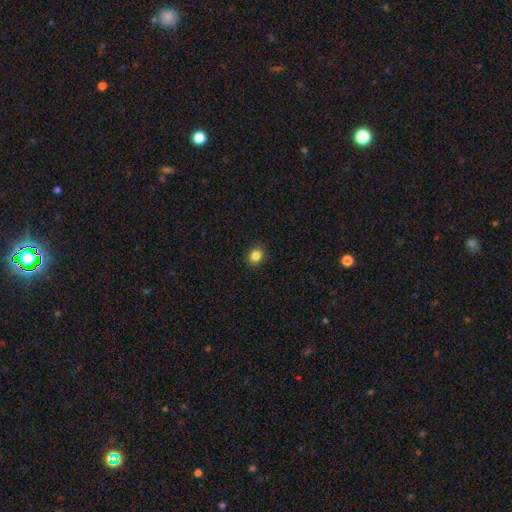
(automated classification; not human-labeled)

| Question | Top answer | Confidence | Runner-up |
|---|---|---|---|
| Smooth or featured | smooth | 85% | star or artifact (11%) |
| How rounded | round | 71% | in between (28%) |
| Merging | none | 90% | minor disturbance (7%) |